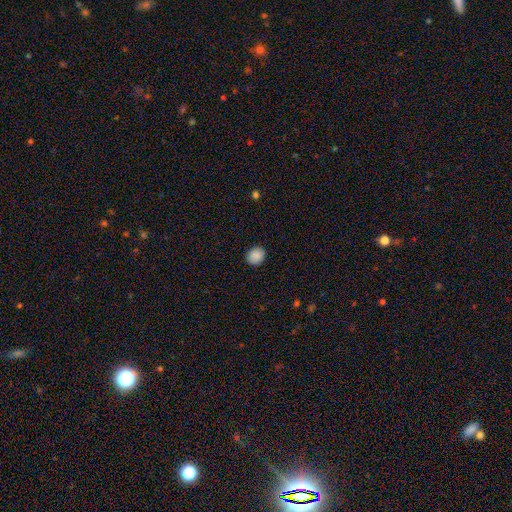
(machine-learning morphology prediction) The model was most divided on "how rounded": round: 68%, in between: 31%, cigar-shaped: 1%. More confident: merging — none (90%); smooth or featured — smooth (89%).